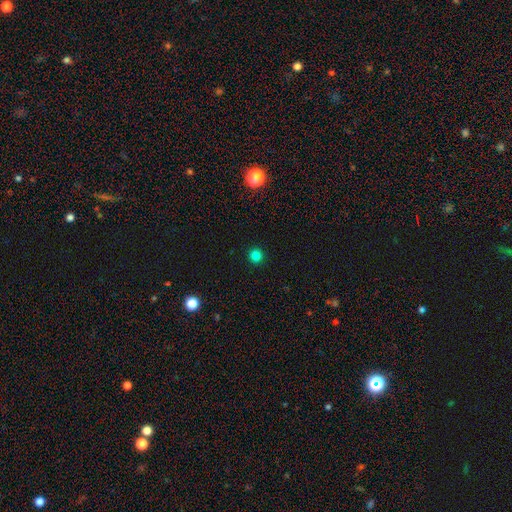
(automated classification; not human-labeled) Smooth or featured? Predicted: smooth (p=0.82). How rounded? Predicted: round (p=0.96). Merging? Predicted: none (p=0.93).